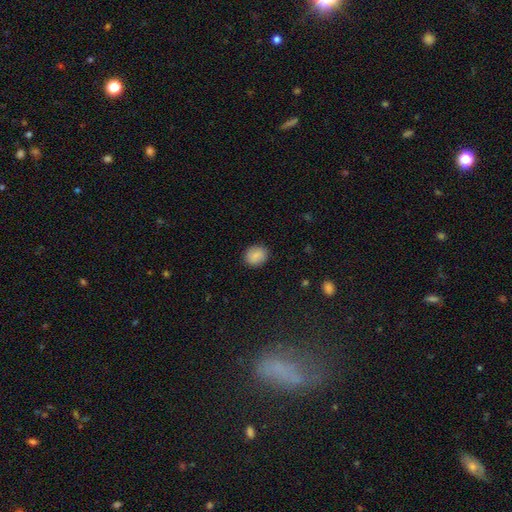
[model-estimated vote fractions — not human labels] The model was most divided on "how rounded": round: 71%, in between: 28%, cigar-shaped: 1%. More confident: merging — none (89%); smooth or featured — smooth (86%).